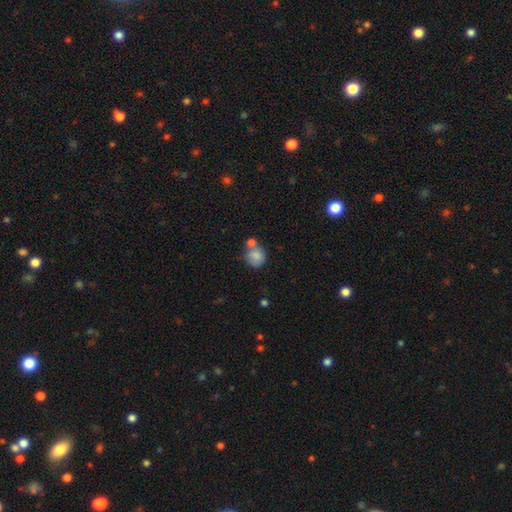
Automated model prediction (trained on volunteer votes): Overall: smooth (80%). How rounded: round (79%). Merging: none (43%; merger 34%).